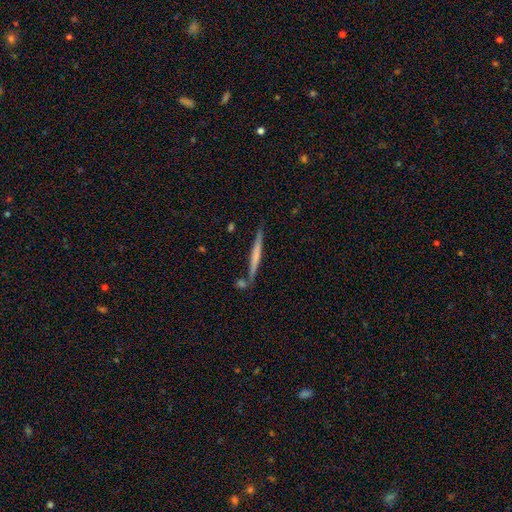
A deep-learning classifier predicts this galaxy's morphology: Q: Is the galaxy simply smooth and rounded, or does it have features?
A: smooth — 49%.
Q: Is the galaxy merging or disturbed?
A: none — 79%.